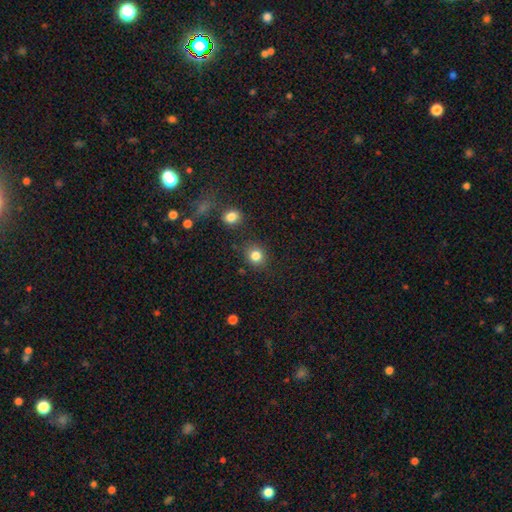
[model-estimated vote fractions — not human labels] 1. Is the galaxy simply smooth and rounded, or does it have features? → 83% smooth, 12% star or artifact, 6% featured or disk.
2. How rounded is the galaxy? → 80% round, 19% in between, 1% cigar-shaped.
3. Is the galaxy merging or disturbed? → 83% none, 10% minor disturbance, 3% merger, 3% major disturbance.